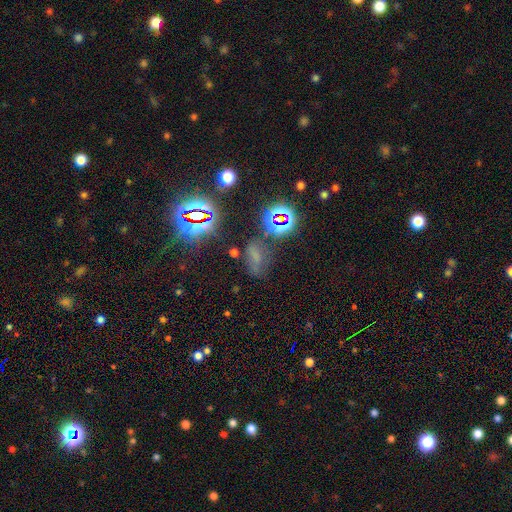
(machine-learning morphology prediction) Smooth or featured?
  - smooth: 45% *
  - star or artifact: 40%
  - featured or disk: 14%
Merging?
  - none: 57% *
  - minor disturbance: 22%
  - major disturbance: 14%
  - merger: 7%